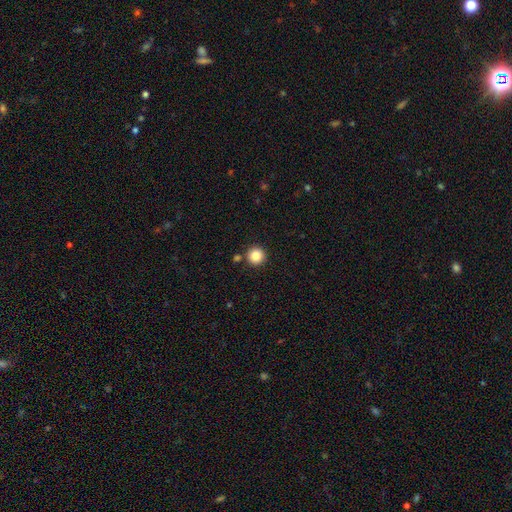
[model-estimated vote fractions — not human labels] Morphology: type=smooth (86%); roundness=round (96%); merging=none (88%).